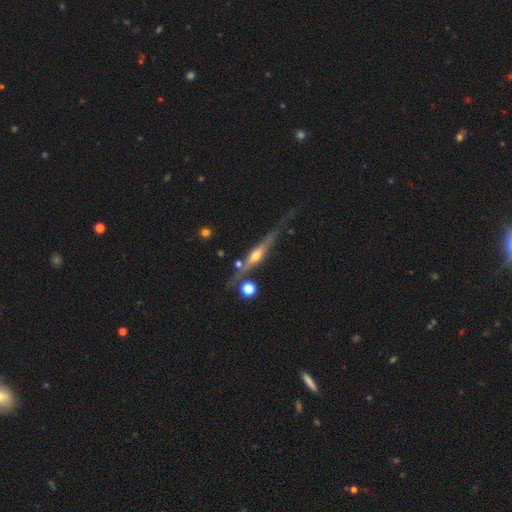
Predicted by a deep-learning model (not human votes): Morphology: type=featured or disk (78%); edge-on=yes (95%); edge-on bulge=rounded (88%); merging=none (66%).